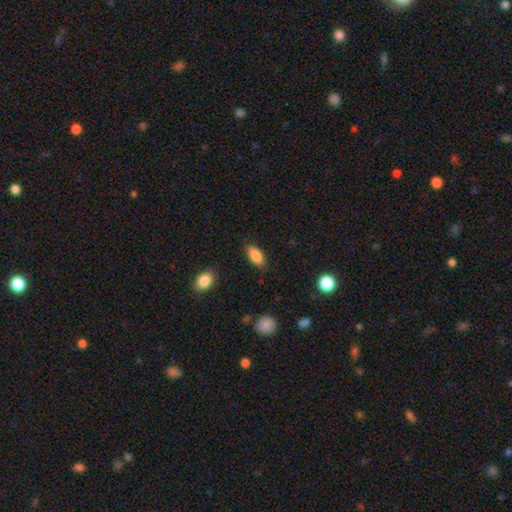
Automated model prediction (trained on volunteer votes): Smooth or featured? Predicted: smooth (p=0.85). How rounded? Predicted: in between (p=0.86). Merging? Predicted: none (p=0.84).